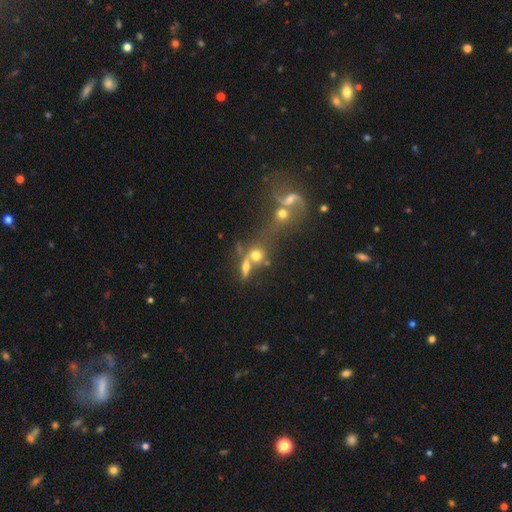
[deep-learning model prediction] A smooth galaxy with no disk features (61%) that is round (63%).

Vote fractions:
- Smooth or featured? smooth: 61% / featured or disk: 24% / star or artifact: 16%
- How rounded? round: 63% / in between: 29% / cigar-shaped: 8%
- Merging? merger: 47% / none: 35% / minor disturbance: 10% / major disturbance: 8%